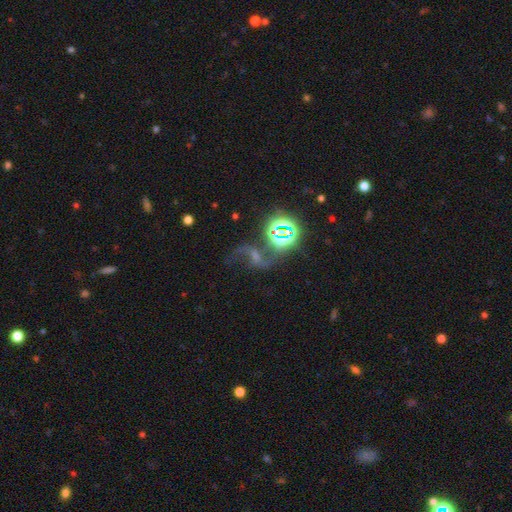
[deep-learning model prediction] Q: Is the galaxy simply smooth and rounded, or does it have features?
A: star or artifact — 52%.